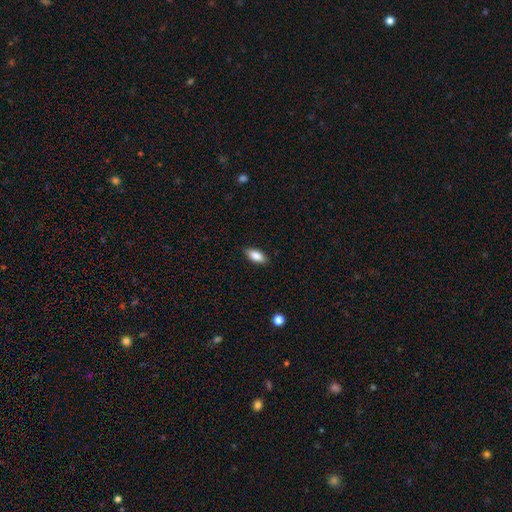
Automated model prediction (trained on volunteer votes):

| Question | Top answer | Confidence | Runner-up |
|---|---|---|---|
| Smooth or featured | smooth | 82% | featured or disk (11%) |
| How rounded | in between | 86% | cigar-shaped (12%) |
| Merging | none | 87% | minor disturbance (10%) |